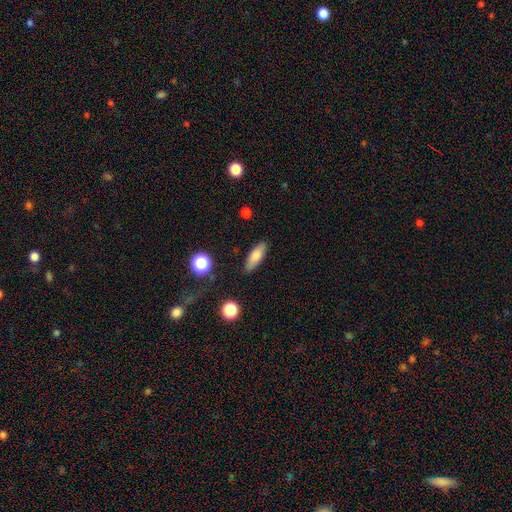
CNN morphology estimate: Smooth or featured: smooth — 79% (featured or disk — 14%)
How rounded: in between — 58% (cigar-shaped — 39%)
Merging: none — 86% (minor disturbance — 10%)